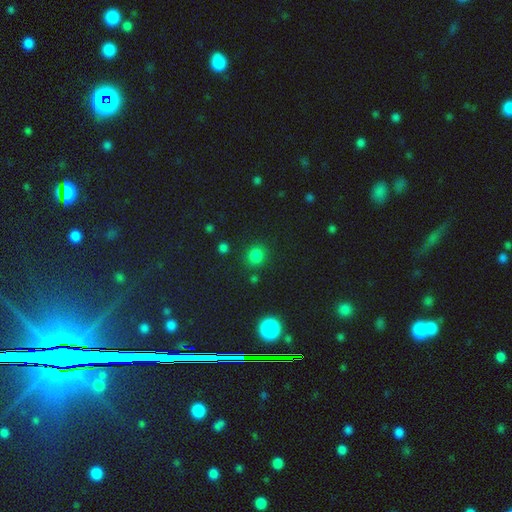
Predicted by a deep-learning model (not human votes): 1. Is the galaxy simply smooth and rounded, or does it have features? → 79% smooth, 17% star or artifact, 4% featured or disk.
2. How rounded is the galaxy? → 86% round, 13% in between, 1% cigar-shaped.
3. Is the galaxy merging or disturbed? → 84% none, 9% minor disturbance, 4% merger, 3% major disturbance.